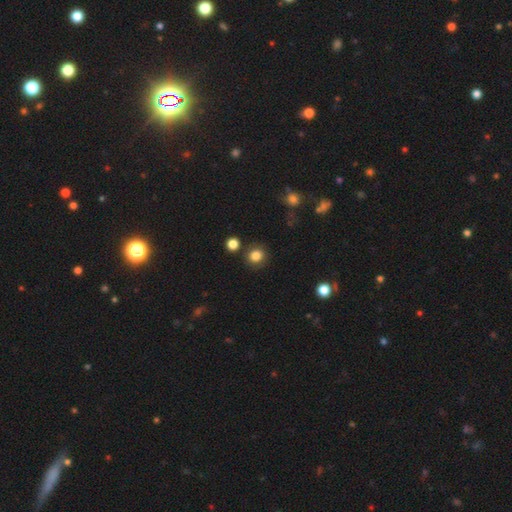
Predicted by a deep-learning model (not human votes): Smooth or featured? smooth (83%)
How rounded? round (86%)
Merging? none (84%)